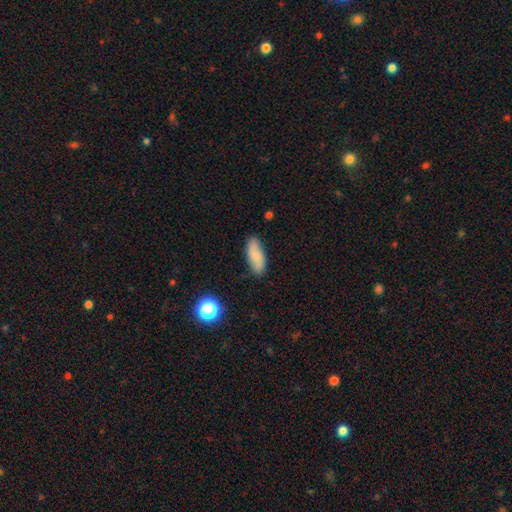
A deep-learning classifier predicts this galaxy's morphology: type=smooth (75%); roundness=in between (72%); merging=none (81%).